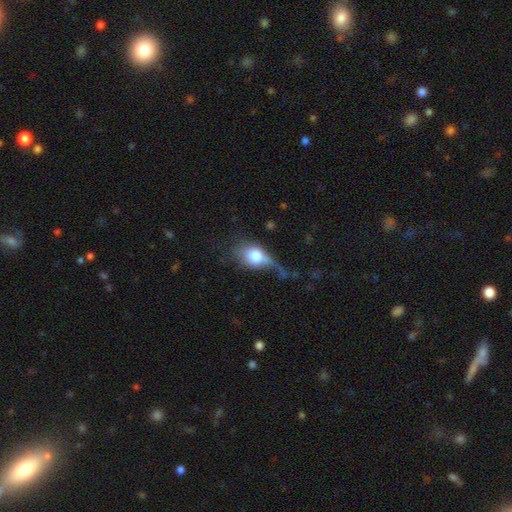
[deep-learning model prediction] Morphology: type=smooth (71%); roundness=in between (62%); merging=major disturbance (37%).